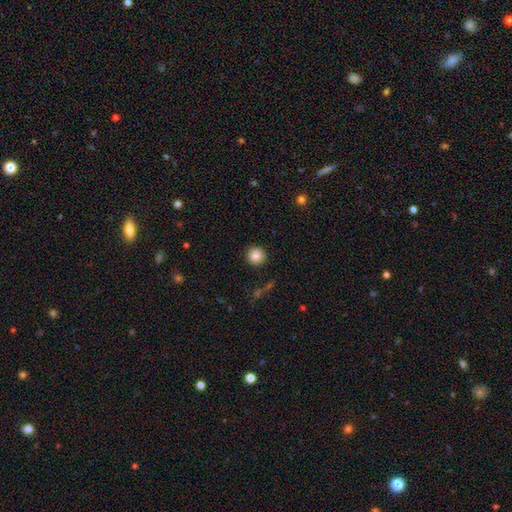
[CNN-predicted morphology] smooth-or-featured: smooth: 85% | star or artifact: 9% | featured or disk: 6%
  how-rounded: round: 95% | in between: 4% | cigar-shaped: 1%
  merging: none: 91% | minor disturbance: 5% | major disturbance: 2% | merger: 1%